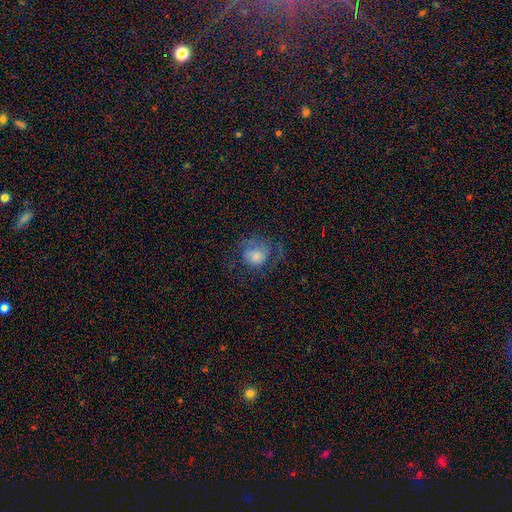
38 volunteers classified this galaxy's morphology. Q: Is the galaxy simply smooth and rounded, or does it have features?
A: featured or disk — 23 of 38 (61%).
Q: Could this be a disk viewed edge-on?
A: no — 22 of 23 (96%).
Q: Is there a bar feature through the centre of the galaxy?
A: no — 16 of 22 (73%).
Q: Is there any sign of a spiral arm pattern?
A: yes — 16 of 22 (73%).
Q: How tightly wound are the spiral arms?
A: medium — 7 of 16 (44%).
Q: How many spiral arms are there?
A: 2 — 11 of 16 (69%).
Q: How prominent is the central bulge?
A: moderate — 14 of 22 (64%).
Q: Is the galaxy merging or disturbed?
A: none — 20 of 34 (59%).